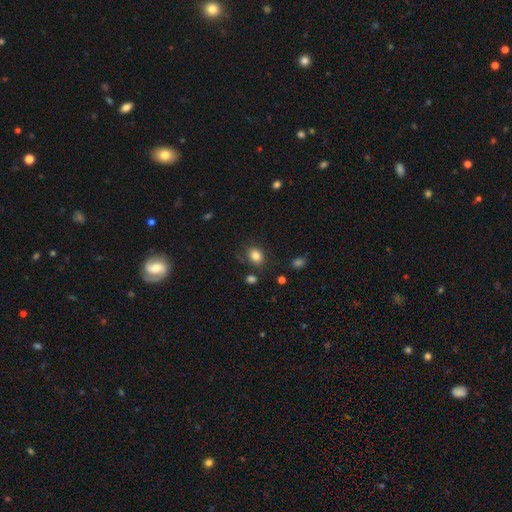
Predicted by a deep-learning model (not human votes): Smooth or featured? Predicted: smooth (p=0.83). How rounded? Predicted: in between (p=0.60). Merging? Predicted: none (p=0.75).